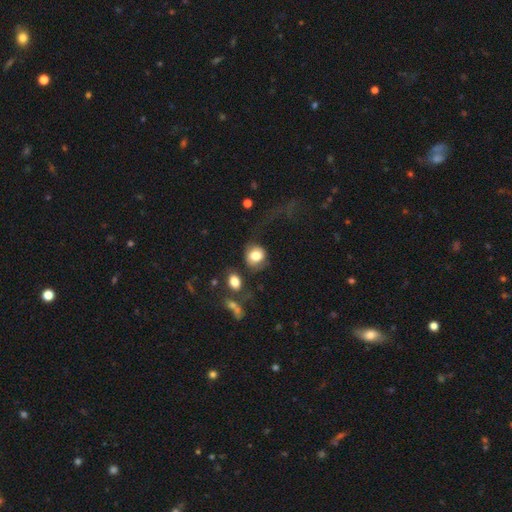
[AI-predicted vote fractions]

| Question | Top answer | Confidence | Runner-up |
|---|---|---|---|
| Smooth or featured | smooth | 76% | featured or disk (15%) |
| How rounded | round | 76% | in between (23%) |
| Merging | none | 46% | major disturbance (27%) |